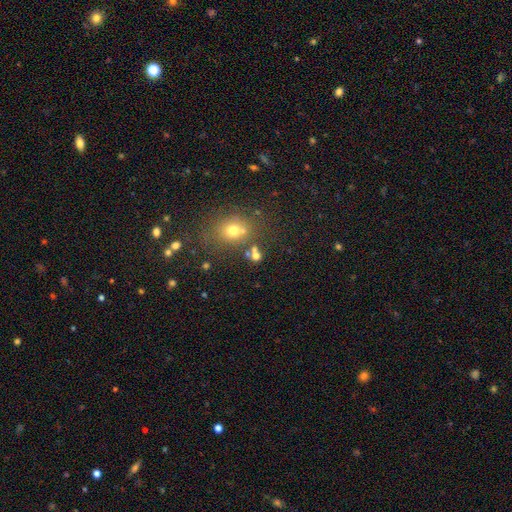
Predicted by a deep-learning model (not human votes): Overall: smooth (64%). How rounded: round (71%). Merging: none (60%; merger 23%).